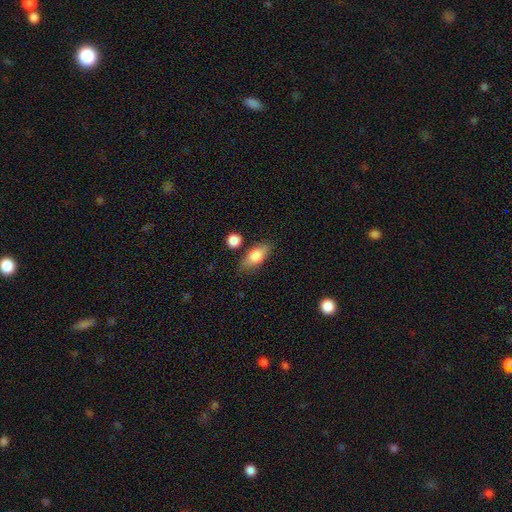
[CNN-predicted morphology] smooth-or-featured: smooth: 76% | featured or disk: 17% | star or artifact: 7%
  how-rounded: in between: 80% | cigar-shaped: 12% | round: 7%
  merging: none: 72% | minor disturbance: 17% | merger: 7% | major disturbance: 4%